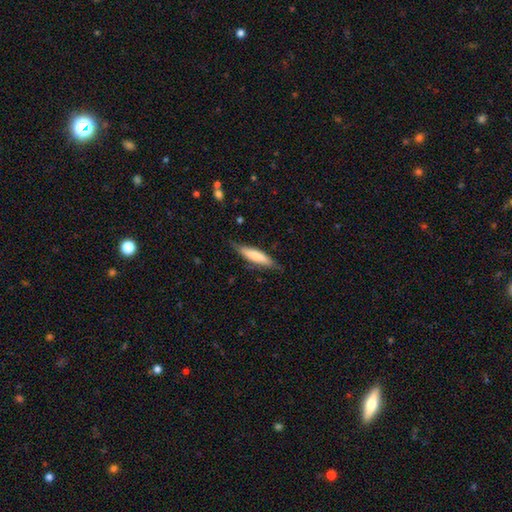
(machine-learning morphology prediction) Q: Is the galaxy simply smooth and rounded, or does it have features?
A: smooth — 71%.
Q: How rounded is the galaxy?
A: cigar-shaped — 74%.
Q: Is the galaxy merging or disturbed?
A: none — 74%.